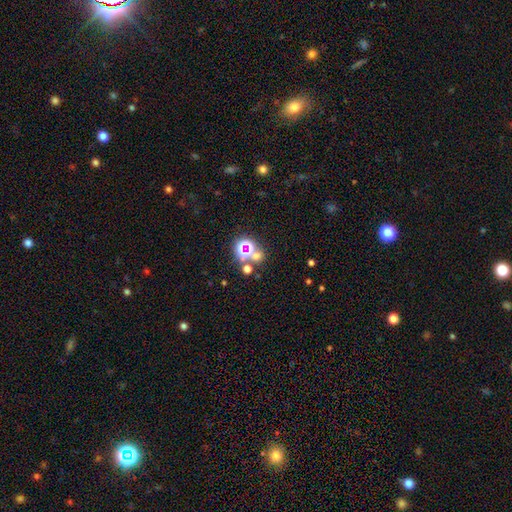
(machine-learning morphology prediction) smooth-or-featured: star or artifact: 48% | smooth: 42% | featured or disk: 10%